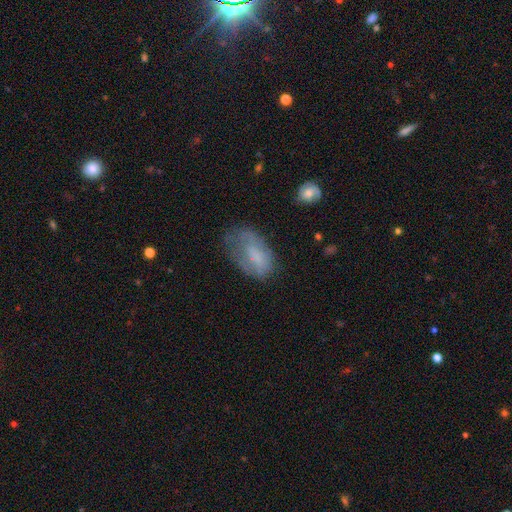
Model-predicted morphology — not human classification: Smooth or featured? Predicted: smooth (p=0.59). How rounded? Predicted: in between (p=0.91). Merging? Predicted: none (p=0.40).